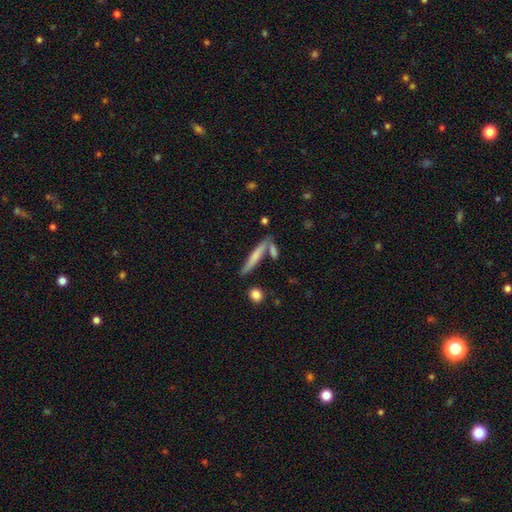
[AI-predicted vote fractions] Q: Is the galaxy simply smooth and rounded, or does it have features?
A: smooth — 57%.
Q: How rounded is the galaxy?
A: cigar-shaped — 91%.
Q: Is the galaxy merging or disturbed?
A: none — 71%.